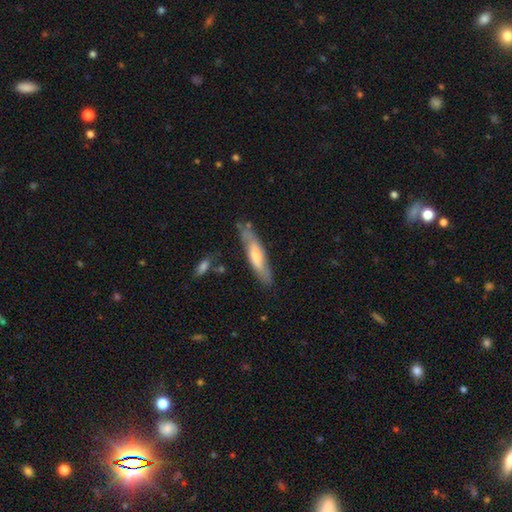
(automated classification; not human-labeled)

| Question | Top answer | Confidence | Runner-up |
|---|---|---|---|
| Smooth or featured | smooth | 50% | featured or disk (44%) |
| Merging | none | 74% | minor disturbance (18%) |